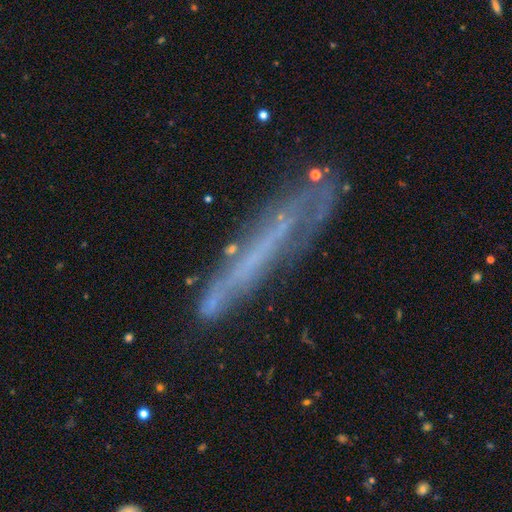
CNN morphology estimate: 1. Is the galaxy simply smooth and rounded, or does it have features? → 59% featured or disk, 28% smooth, 13% star or artifact.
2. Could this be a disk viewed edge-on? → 69% yes, 31% no.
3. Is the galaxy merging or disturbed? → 68% none, 20% minor disturbance, 9% major disturbance, 3% merger.